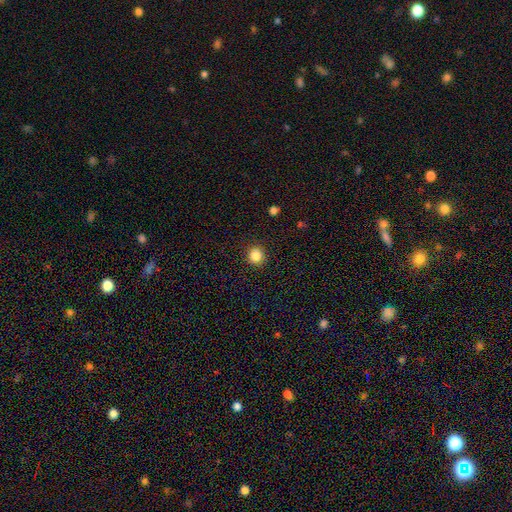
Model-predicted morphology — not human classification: smooth-or-featured: smooth: 85% | star or artifact: 11% | featured or disk: 4%
  how-rounded: round: 90% | in between: 9% | cigar-shaped: 1%
  merging: none: 92% | minor disturbance: 6% | major disturbance: 2% | merger: 1%